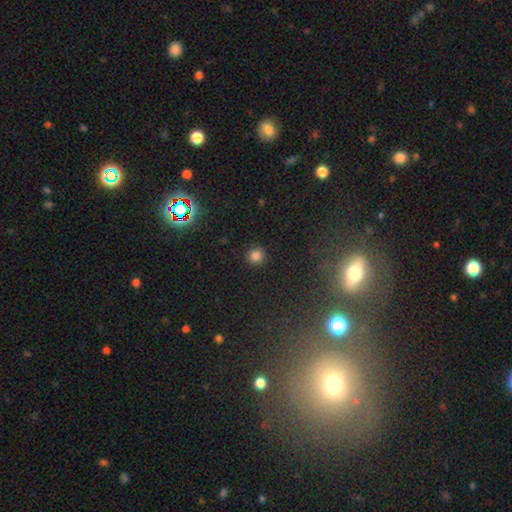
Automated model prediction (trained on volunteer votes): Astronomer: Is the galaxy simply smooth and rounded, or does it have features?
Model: smooth — 81%.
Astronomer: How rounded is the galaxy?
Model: round — 92%.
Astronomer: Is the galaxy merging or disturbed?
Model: none — 89%.